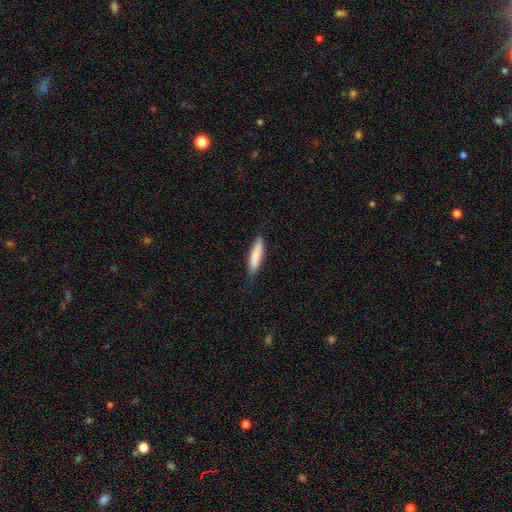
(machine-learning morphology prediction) Smooth or featured?
  - smooth: 84% *
  - featured or disk: 11%
  - star or artifact: 5%
How rounded?
  - cigar-shaped: 77% *
  - in between: 22%
  - round: 1%
Merging?
  - none: 77% *
  - minor disturbance: 19%
  - major disturbance: 3%
  - merger: 1%